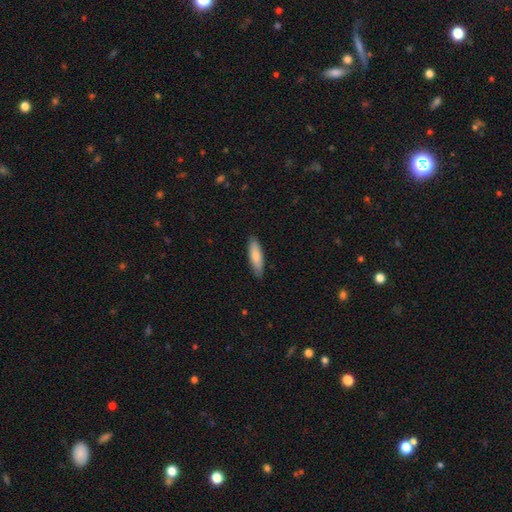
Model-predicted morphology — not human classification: Smooth or featured? Predicted: smooth (p=0.80). How rounded? Predicted: cigar-shaped (p=0.55). Merging? Predicted: none (p=0.86).